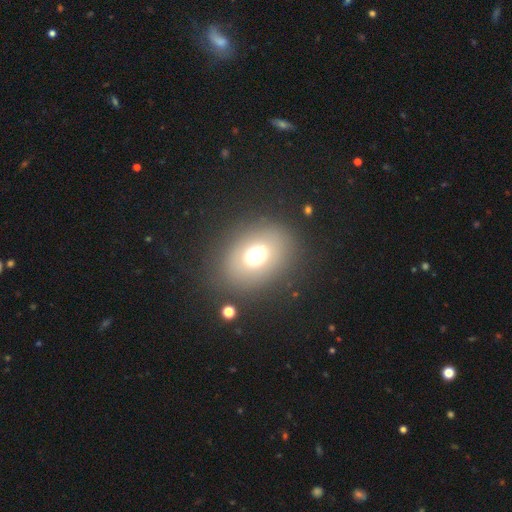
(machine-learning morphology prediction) smooth_or_featured: smooth (p=0.67) [alt: featured or disk p=0.17]
how_rounded: in between (p=0.56) [alt: round p=0.43]
merging: none (p=0.82) [alt: minor disturbance p=0.09]